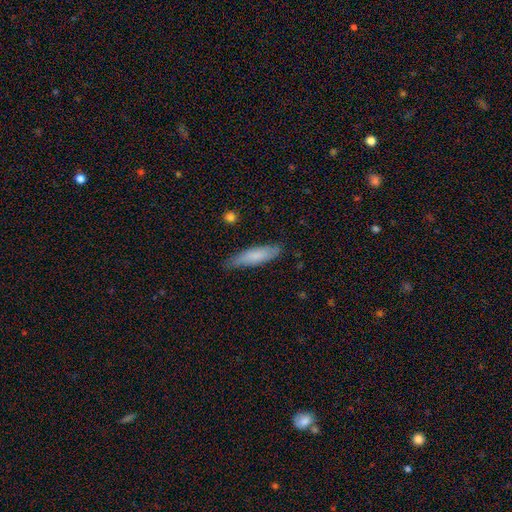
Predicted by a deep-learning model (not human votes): smooth_or_featured: smooth (p=0.76) [alt: featured or disk p=0.18]
how_rounded: cigar-shaped (p=0.72) [alt: in between p=0.27]
merging: none (p=0.78) [alt: minor disturbance p=0.18]